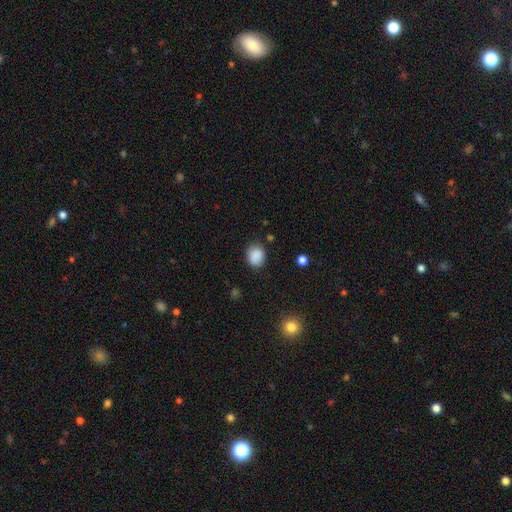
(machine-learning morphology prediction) A smooth galaxy with no disk features (88%) that is round (55%).

Vote fractions:
- Smooth or featured? smooth: 88% / star or artifact: 9% / featured or disk: 4%
- How rounded? round: 55% / in between: 44% / cigar-shaped: 1%
- Merging? none: 79% / minor disturbance: 15% / major disturbance: 4% / merger: 2%